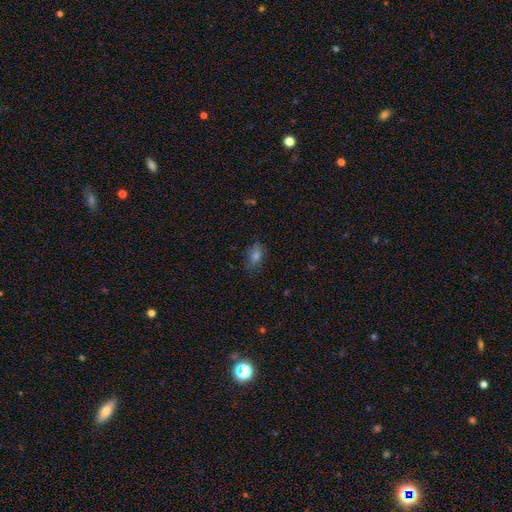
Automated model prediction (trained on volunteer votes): Overall: smooth (62%). How rounded: in between (73%). Merging: none (74%).